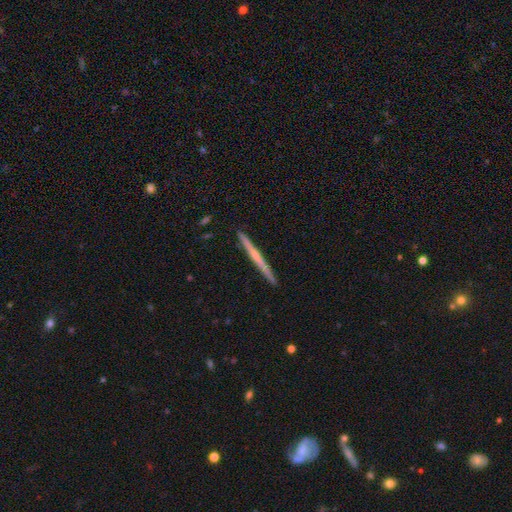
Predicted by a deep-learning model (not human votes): The model was most divided on "edge-on bulge": rounded: 51%, none: 45%, boxy: 4%. More confident: edge-on disk — yes (98%); merging — none (92%); smooth or featured — featured or disk (67%).